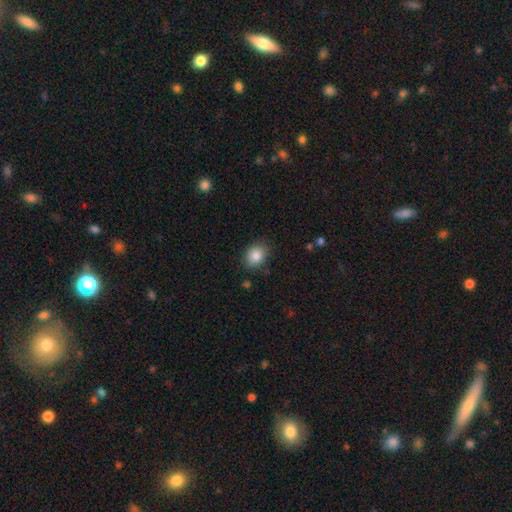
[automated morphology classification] Smooth or featured: smooth — 86% (star or artifact — 8%)
How rounded: in between — 58% (round — 41%)
Merging: none — 84% (minor disturbance — 12%)